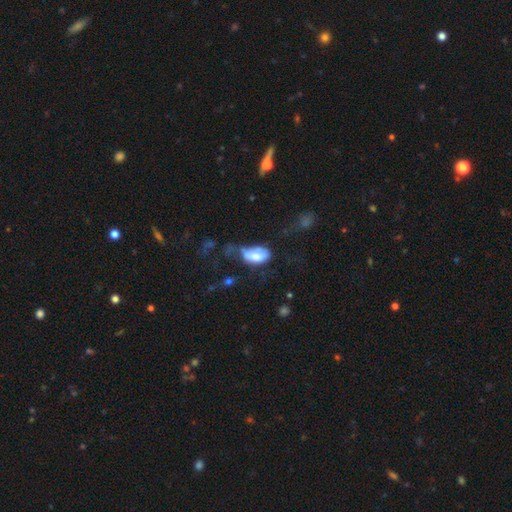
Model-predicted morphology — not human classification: A smooth galaxy with no disk features (63%) that is in between round and cigar-shaped (92%). Merging: major disturbance (44%).